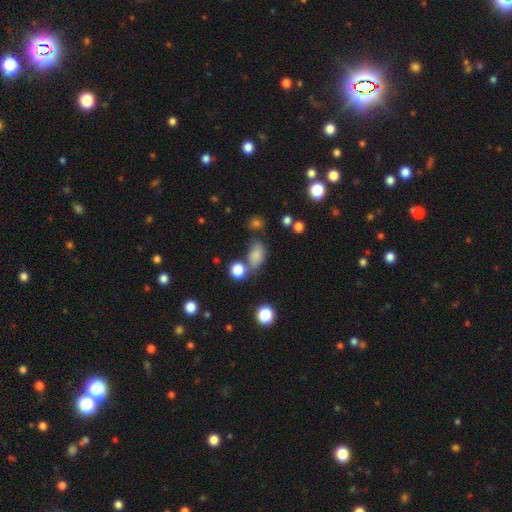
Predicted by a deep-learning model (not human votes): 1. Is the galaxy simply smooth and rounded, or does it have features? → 79% smooth, 13% star or artifact, 8% featured or disk.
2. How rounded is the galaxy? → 83% in between, 15% round, 2% cigar-shaped.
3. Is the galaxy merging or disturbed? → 57% none, 19% minor disturbance, 16% merger, 7% major disturbance.